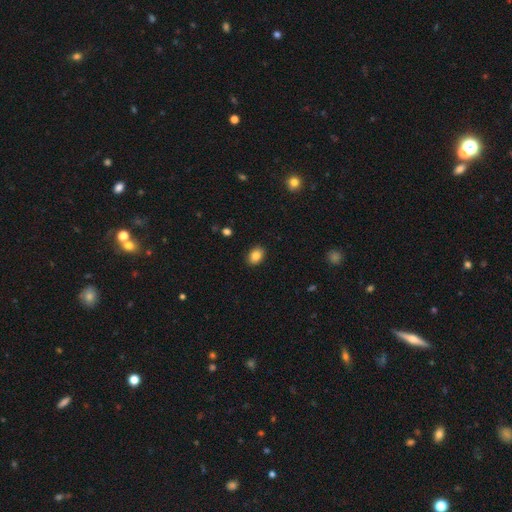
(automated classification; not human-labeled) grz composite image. It shows a smooth galaxy with no disk features (85%) that is in between round and cigar-shaped (71%). Merging: none (89%).